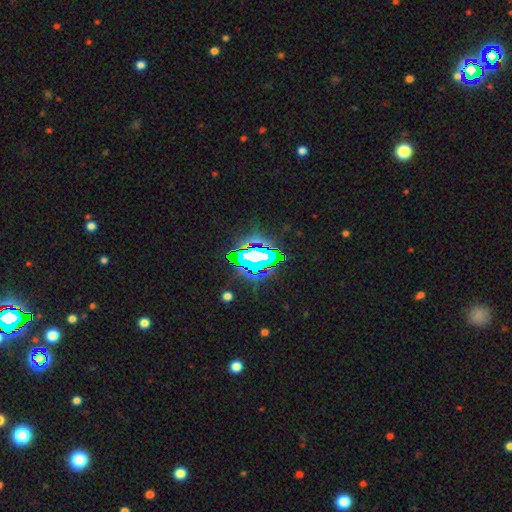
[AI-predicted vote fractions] Q: Smooth or featured?
A: star or artifact (65%); runner-up: featured or disk (18%)